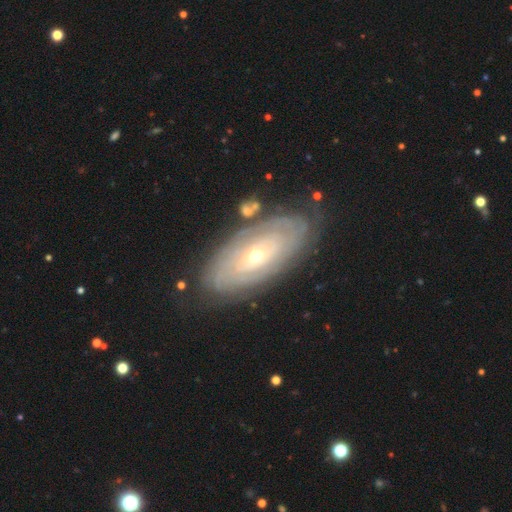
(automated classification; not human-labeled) Smooth or featured?
  - featured or disk: 75% *
  - smooth: 19%
  - star or artifact: 6%
Edge-on disk?
  - no: 90% *
  - yes: 10%
Bar?
  - no: 79% *
  - weak: 16%
  - strong: 5%
Spiral arms?
  - yes: 74% *
  - no: 26%
Bulge size?
  - small: 63% *
  - moderate: 34%
  - large: 1%
  - dominant: 1%
  - none: 1%
Merging?
  - none: 80% *
  - minor disturbance: 13%
  - major disturbance: 4%
  - merger: 3%